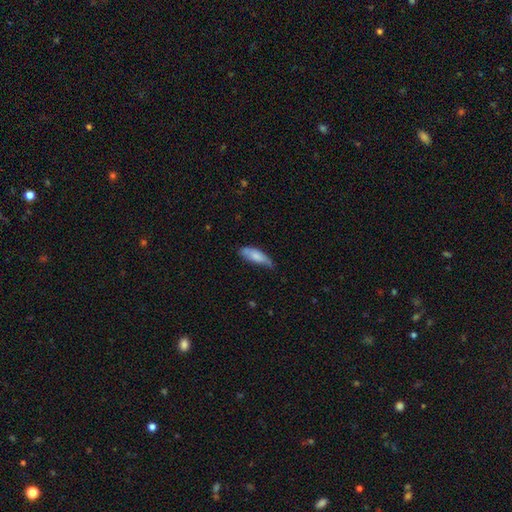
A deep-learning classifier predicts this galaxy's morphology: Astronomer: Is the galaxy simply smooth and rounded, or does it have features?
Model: smooth — 74%.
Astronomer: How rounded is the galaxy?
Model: in between — 64%.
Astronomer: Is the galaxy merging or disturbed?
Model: none — 47% (runner-up: minor disturbance, 40%).